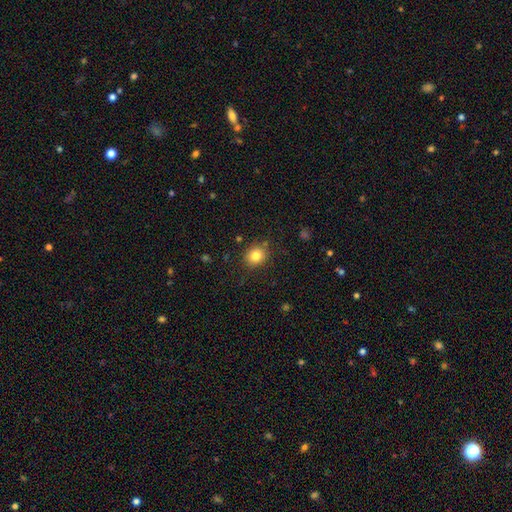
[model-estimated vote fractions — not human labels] Smooth or featured: smooth — 82% (star or artifact — 11%)
How rounded: round — 75% (in between — 24%)
Merging: none — 85% (minor disturbance — 10%)